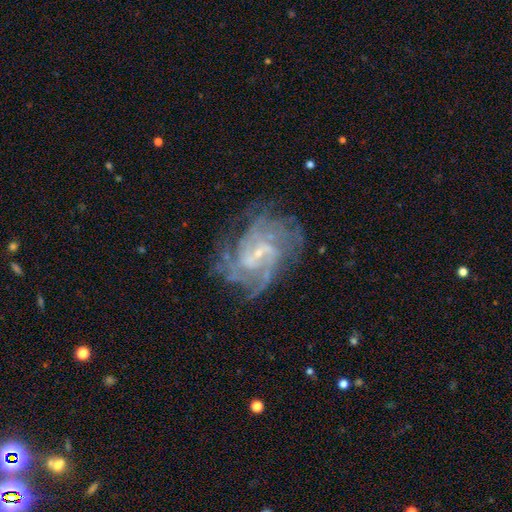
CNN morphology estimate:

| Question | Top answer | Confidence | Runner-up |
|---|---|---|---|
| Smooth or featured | featured or disk | 83% | star or artifact (10%) |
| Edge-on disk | no | 97% | yes (3%) |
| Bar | weak | 53% | no (29%) |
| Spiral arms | yes | 95% | no (5%) |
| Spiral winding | tight | 49% | medium (39%) |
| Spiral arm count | can't tell | 32% | 4 (21%) |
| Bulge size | small | 67% | moderate (19%) |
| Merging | none | 70% | minor disturbance (17%) |